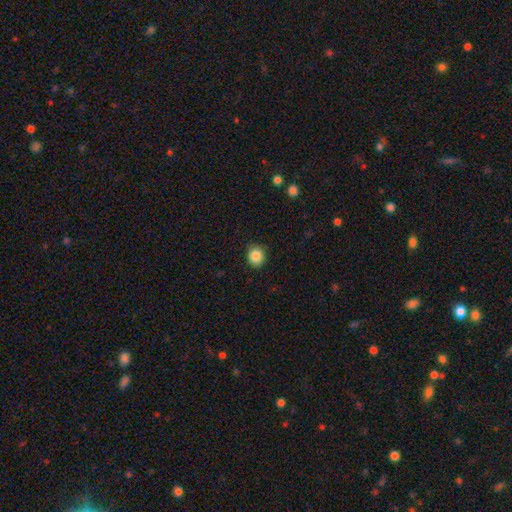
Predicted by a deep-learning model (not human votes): This appears to be a smooth galaxy with no disk features (86%) that is round (75%). Merging: none (89%).